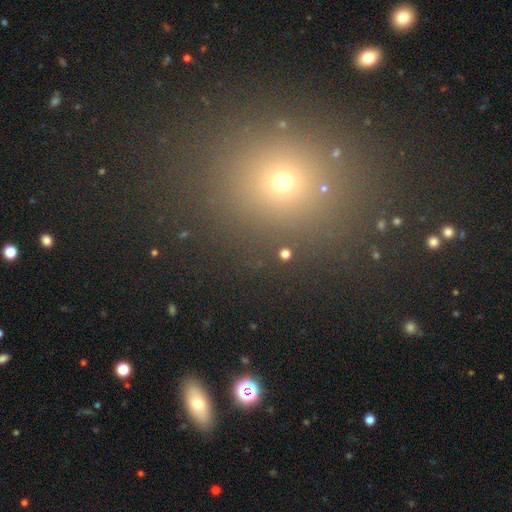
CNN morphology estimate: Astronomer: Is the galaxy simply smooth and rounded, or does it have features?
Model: smooth — 60%.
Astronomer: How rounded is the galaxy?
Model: round — 69%.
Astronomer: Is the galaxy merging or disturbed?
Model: none — 85%.